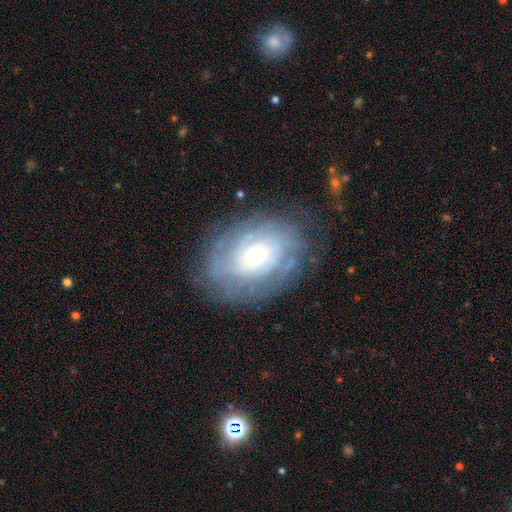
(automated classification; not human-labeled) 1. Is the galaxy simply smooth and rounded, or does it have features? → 76% featured or disk, 16% smooth, 7% star or artifact.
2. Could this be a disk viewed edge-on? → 96% no, 4% yes.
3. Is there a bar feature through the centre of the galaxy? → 74% no, 21% weak, 5% strong.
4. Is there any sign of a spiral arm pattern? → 88% yes, 12% no.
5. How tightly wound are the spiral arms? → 75% tight, 19% medium, 6% loose.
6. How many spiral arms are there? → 55% can't tell, 12% 2, 10% 4, 10% 3, 8% more than 4, 5% 1.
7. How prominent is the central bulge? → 61% small, 33% moderate, 3% large, 1% none, 1% dominant.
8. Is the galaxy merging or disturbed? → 75% none, 17% minor disturbance, 7% major disturbance, 1% merger.